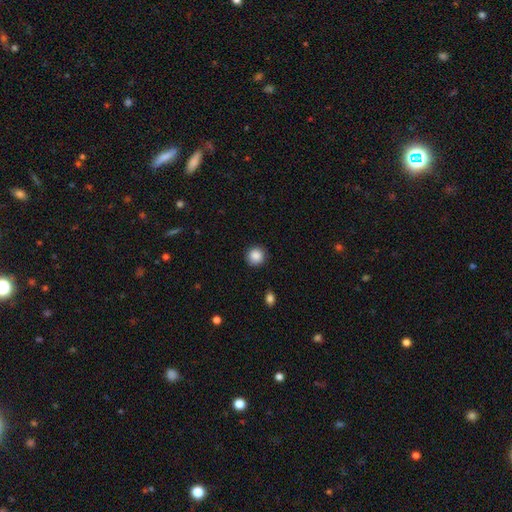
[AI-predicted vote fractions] smooth-or-featured: smooth: 88% | star or artifact: 9% | featured or disk: 3%
  how-rounded: round: 93% | in between: 6% | cigar-shaped: 1%
  merging: none: 90% | minor disturbance: 7% | major disturbance: 2% | merger: 1%